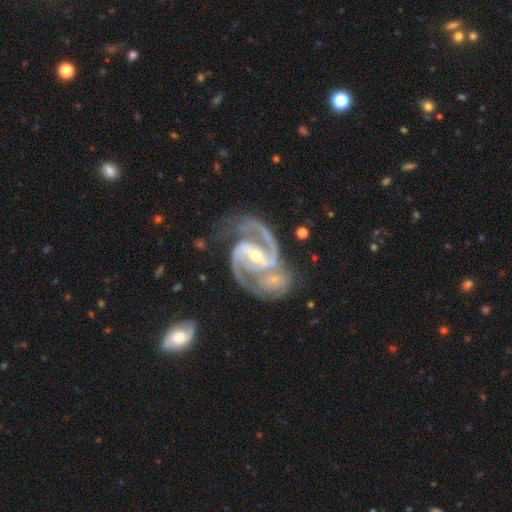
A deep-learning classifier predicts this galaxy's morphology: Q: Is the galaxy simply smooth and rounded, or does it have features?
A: featured or disk — 94%.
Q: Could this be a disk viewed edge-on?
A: no — 98%.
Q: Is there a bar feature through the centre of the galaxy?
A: strong — 53%.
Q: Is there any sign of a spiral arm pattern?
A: yes — 99%.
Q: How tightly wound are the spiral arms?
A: medium — 63%.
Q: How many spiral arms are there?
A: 2 — 88%.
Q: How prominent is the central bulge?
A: small — 55%.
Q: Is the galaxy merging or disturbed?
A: none — 49%.